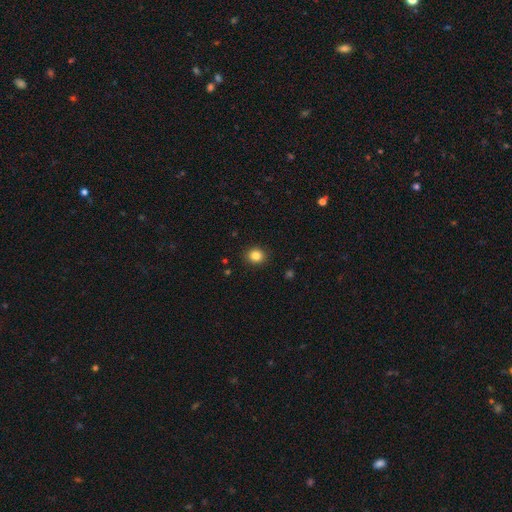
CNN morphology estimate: Smooth or featured? Predicted: smooth (p=0.85). How rounded? Predicted: round (p=0.80). Merging? Predicted: none (p=0.91).